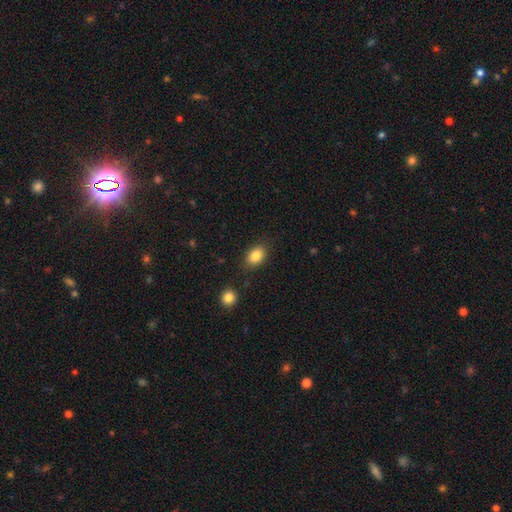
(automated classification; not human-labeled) Overall: smooth (84%). How rounded: in between (77%). Merging: none (83%).